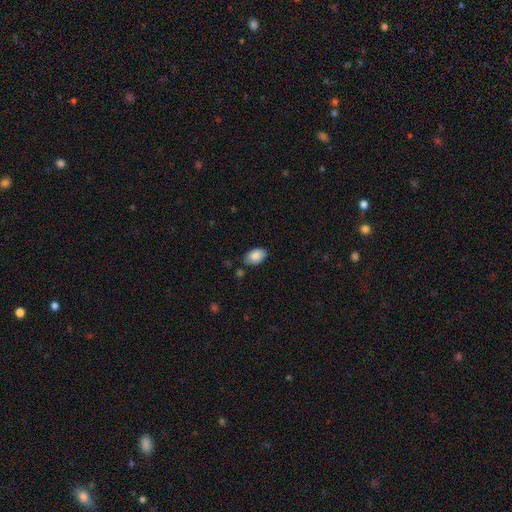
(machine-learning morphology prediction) smooth 85%, featured or disk 8%, star or artifact 7%. Down the decision tree: how rounded — in between (91%); merging — none (78%).